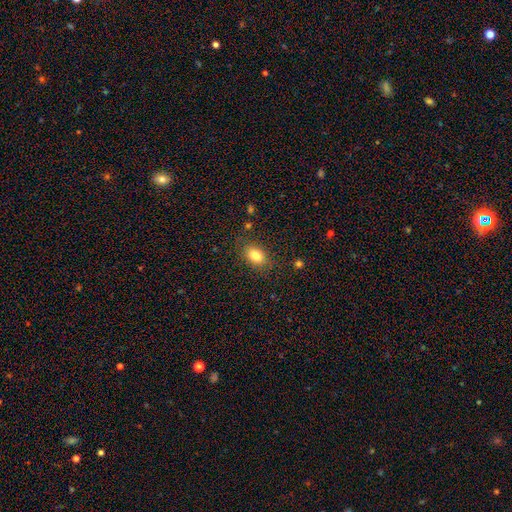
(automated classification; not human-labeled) Overall: smooth (82%). How rounded: in between (78%). Merging: none (83%).